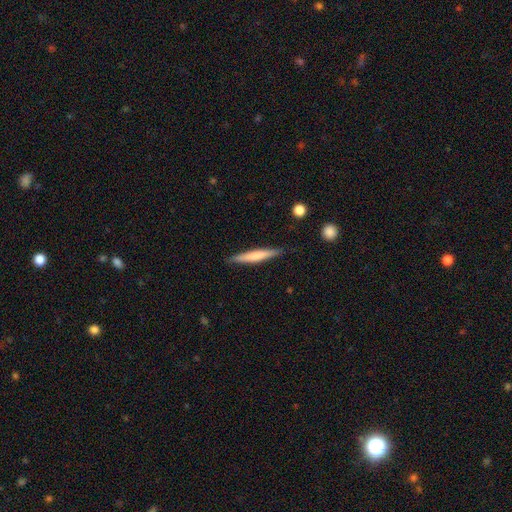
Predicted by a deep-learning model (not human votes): Q: Smooth or featured?
A: smooth (57%); runner-up: featured or disk (38%)
Q: How rounded?
A: cigar-shaped (93%); runner-up: in between (5%)
Q: Merging?
A: none (87%); runner-up: minor disturbance (10%)